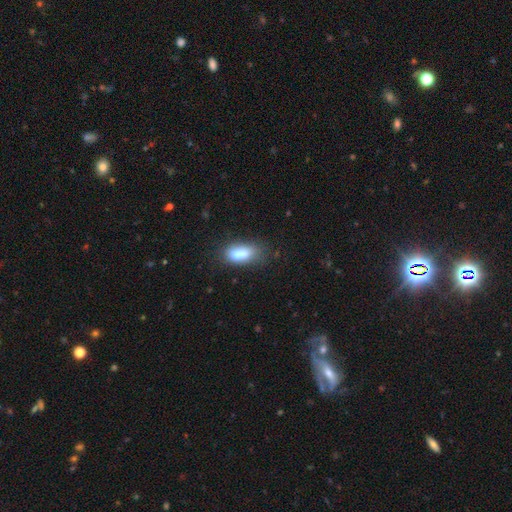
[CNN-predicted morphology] This appears to be a smooth galaxy with no disk features (75%) that is in between round and cigar-shaped (84%). Merging: none (73%).